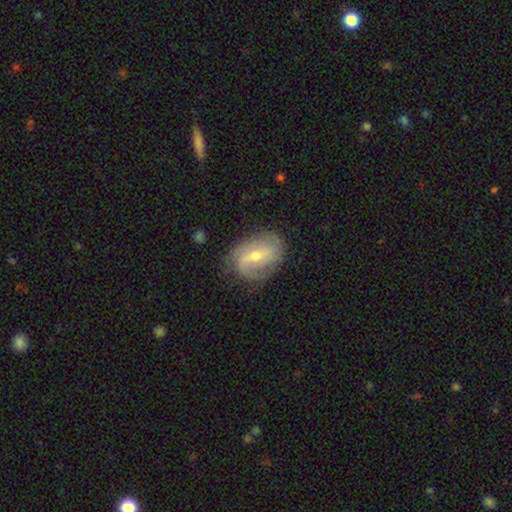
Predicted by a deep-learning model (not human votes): Smooth or featured: featured or disk — 70% (smooth — 23%)
Edge-on disk: no — 96% (yes — 4%)
Bar: weak — 48% (strong — 29%)
Spiral arms: yes — 86% (no — 14%)
Spiral winding: medium — 39% (loose — 34%)
Spiral arm count: 2 — 57% (can't tell — 19%)
Bulge size: small — 49% (moderate — 47%)
Merging: none — 65% (minor disturbance — 24%)